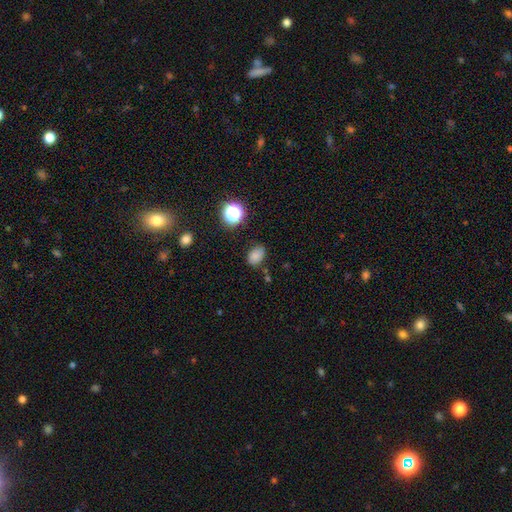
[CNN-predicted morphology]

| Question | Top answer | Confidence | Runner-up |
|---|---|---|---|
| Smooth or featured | smooth | 80% | star or artifact (15%) |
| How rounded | in between | 77% | round (22%) |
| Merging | none | 76% | minor disturbance (17%) |